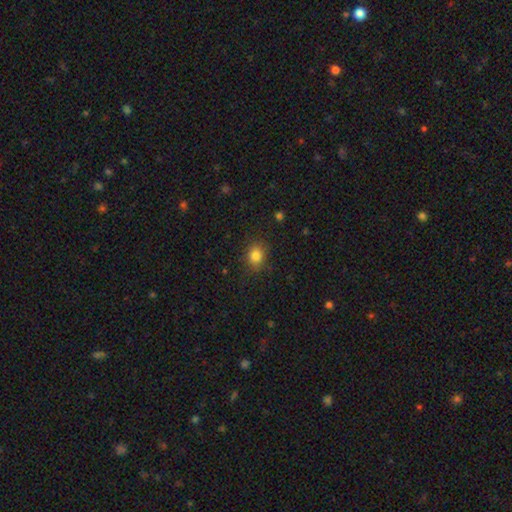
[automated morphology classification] Smooth or featured: smooth — 84% (star or artifact — 11%)
How rounded: round — 61% (in between — 38%)
Merging: none — 84% (minor disturbance — 12%)